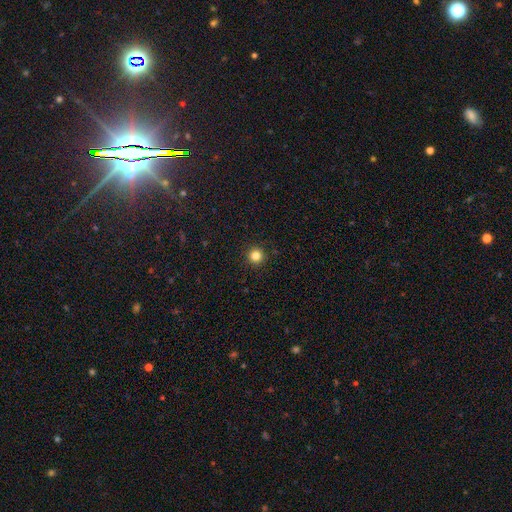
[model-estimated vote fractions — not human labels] Smooth or featured: smooth — 83% (star or artifact — 12%)
How rounded: round — 96% (in between — 3%)
Merging: none — 93% (minor disturbance — 5%)